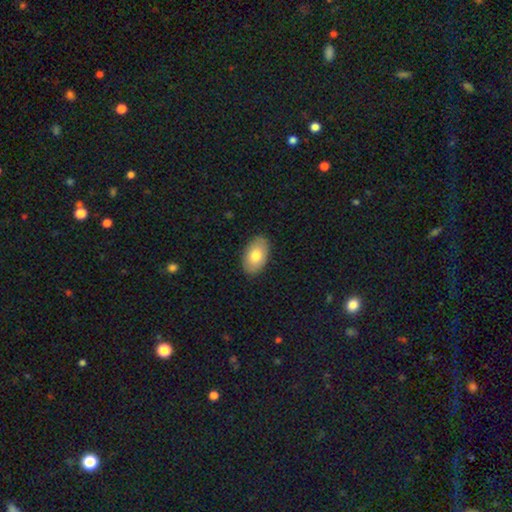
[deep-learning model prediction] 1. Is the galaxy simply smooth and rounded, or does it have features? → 77% smooth, 17% featured or disk, 6% star or artifact.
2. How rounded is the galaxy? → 93% in between, 6% round, 1% cigar-shaped.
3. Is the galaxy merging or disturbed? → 88% none, 9% minor disturbance, 2% major disturbance, 1% merger.